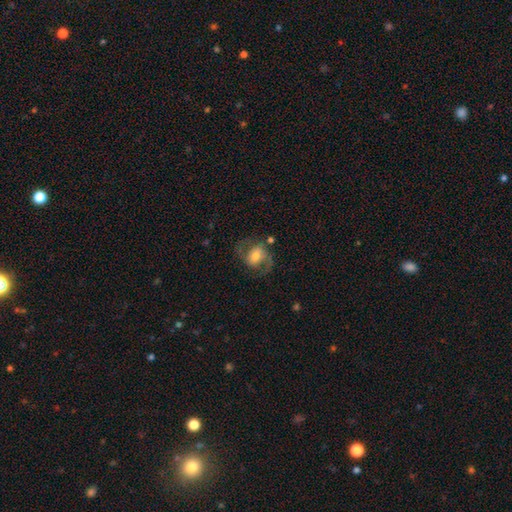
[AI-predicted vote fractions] Smooth or featured?
  - featured or disk: 64% *
  - smooth: 29%
  - star or artifact: 8%
Edge-on disk?
  - no: 97% *
  - yes: 3%
Bar?
  - weak: 42% *
  - no: 37%
  - strong: 21%
Spiral arms?
  - yes: 85% *
  - no: 15%
Spiral winding?
  - medium: 54% *
  - loose: 29%
  - tight: 17%
Spiral arm count?
  - 2: 87% *
  - can't tell: 6%
  - 1: 4%
  - 3: 1%
  - 4: 1%
  - more than 4: 1%
Bulge size?
  - moderate: 57% *
  - small: 22%
  - large: 16%
  - none: 3%
  - dominant: 2%
Merging?
  - none: 66% *
  - minor disturbance: 17%
  - major disturbance: 14%
  - merger: 3%